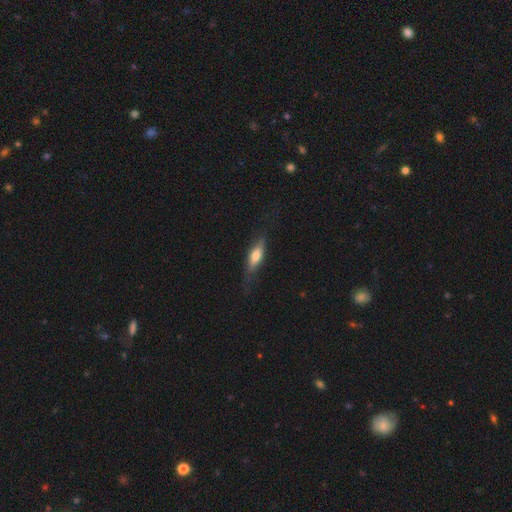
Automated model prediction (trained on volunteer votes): Smooth or featured? smooth (59%)
How rounded? cigar-shaped (49%, tied with in between)
Merging? none (69%)